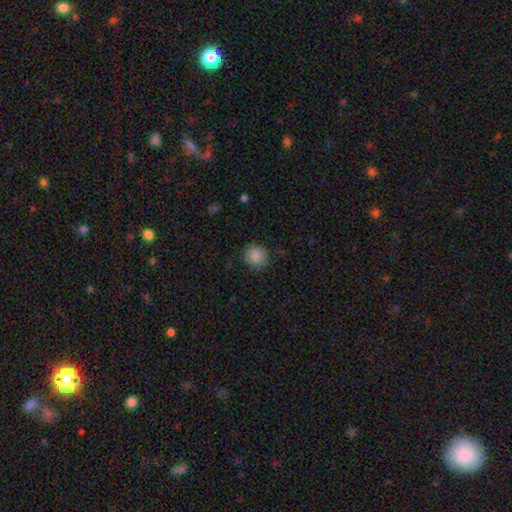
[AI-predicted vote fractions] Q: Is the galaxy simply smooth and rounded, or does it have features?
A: smooth — 87%.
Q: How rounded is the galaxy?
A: round — 81%.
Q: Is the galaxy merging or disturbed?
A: none — 83%.